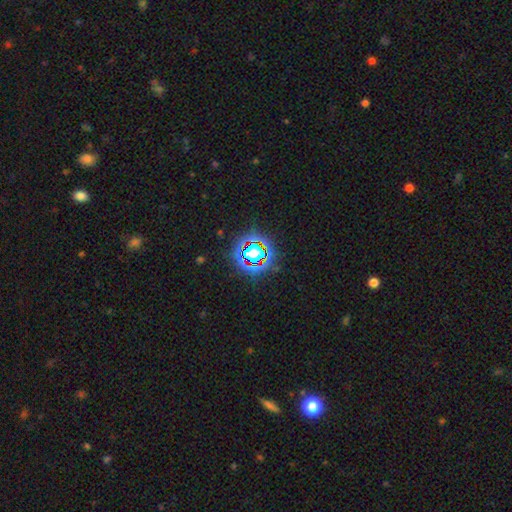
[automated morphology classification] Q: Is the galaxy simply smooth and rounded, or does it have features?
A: star or artifact — 69%.